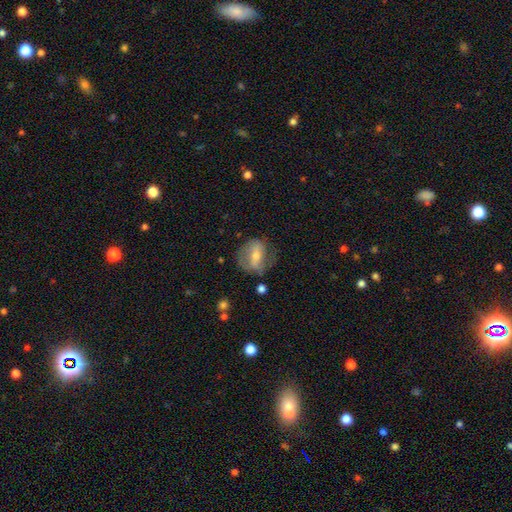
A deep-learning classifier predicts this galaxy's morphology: A featured or disk galaxy (55%) with a strong bar (38%), spiral arms (59%) and a moderate central bulge (48%). Merging: none (61%).